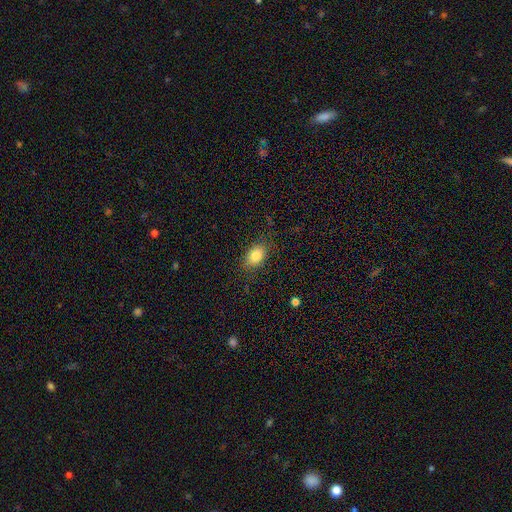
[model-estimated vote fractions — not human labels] The model was most divided on "how rounded": in between: 78%, round: 20%, cigar-shaped: 2%. More confident: smooth or featured — smooth (82%); merging — none (81%).